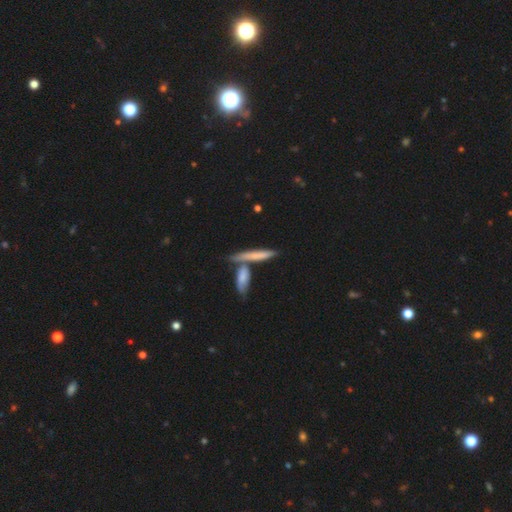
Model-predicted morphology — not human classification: Smooth or featured? smooth (60%)
How rounded? cigar-shaped (84%)
Merging? none (55%)